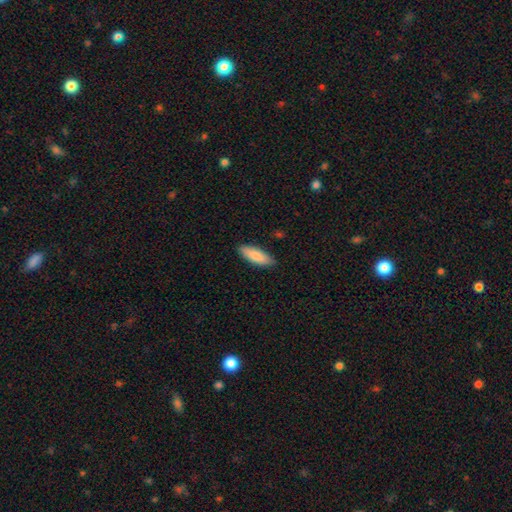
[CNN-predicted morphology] Overall: smooth (84%). How rounded: in between (63%; cigar-shaped 36%). Merging: none (86%).